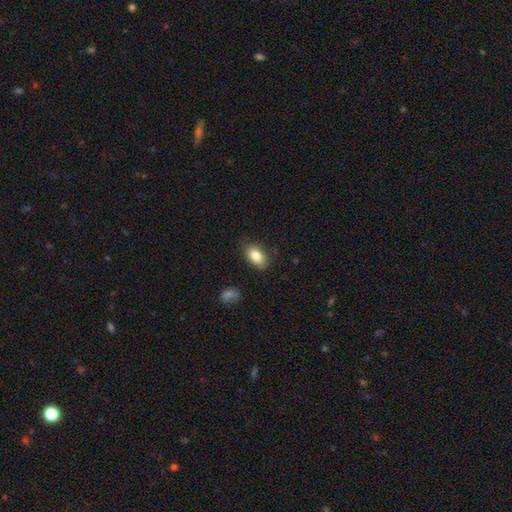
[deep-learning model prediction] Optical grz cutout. It shows a smooth galaxy with no disk features (83%) that is in between round and cigar-shaped (91%). Merging: none (82%).